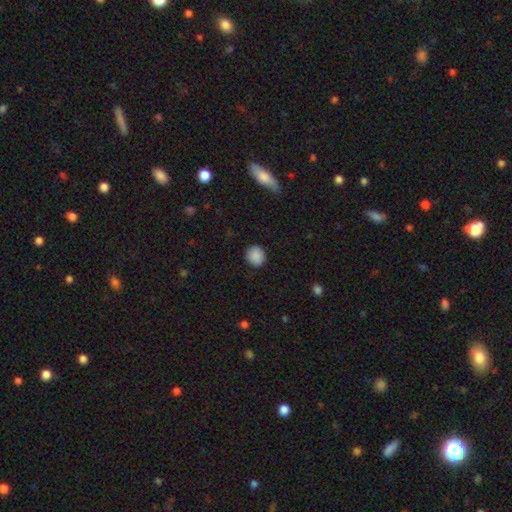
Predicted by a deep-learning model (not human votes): Smooth or featured? smooth (89%)
How rounded? round (81%)
Merging? none (87%)